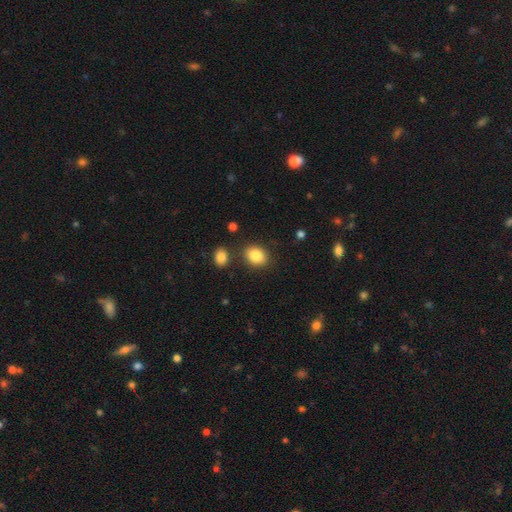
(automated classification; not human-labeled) Smooth or featured?
  - smooth: 85% *
  - star or artifact: 9%
  - featured or disk: 7%
How rounded?
  - in between: 61% *
  - round: 38%
  - cigar-shaped: 1%
Merging?
  - none: 82% *
  - minor disturbance: 9%
  - merger: 6%
  - major disturbance: 3%